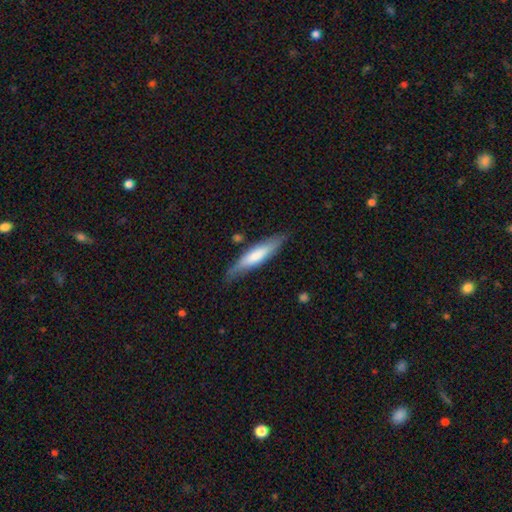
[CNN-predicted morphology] Smooth or featured? smooth (64%)
How rounded? cigar-shaped (79%)
Merging? none (80%)